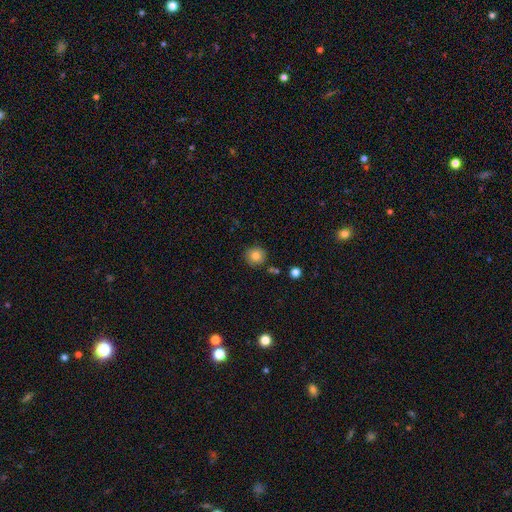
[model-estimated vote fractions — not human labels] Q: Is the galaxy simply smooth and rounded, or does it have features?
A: smooth — 82%.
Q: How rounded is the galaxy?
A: round — 91%.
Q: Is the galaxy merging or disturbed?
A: none — 84%.